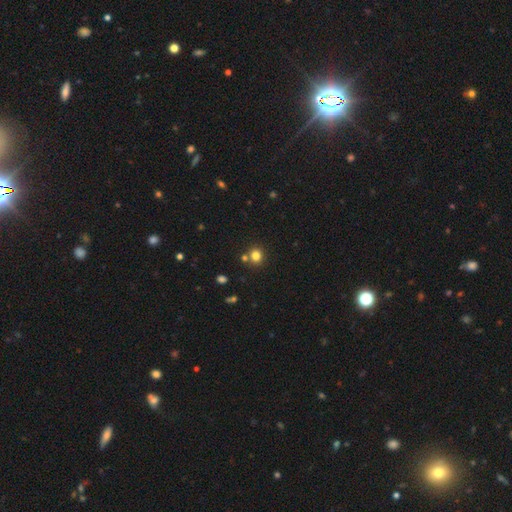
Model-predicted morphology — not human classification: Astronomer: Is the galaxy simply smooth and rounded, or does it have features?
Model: smooth — 79%.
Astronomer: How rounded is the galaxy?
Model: round — 85%.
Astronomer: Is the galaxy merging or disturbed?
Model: none — 75%.